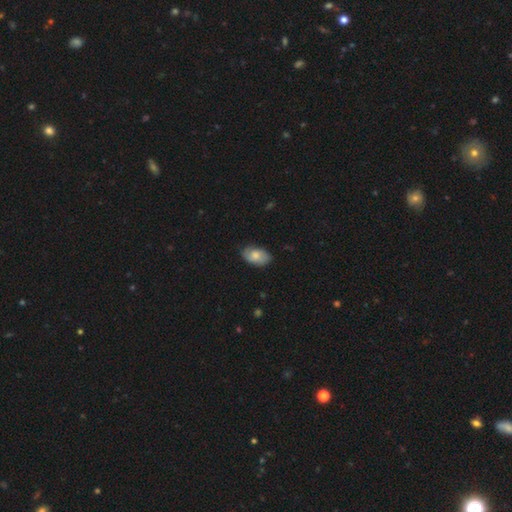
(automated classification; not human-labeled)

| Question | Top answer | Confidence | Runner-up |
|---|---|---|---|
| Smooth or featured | smooth | 69% | featured or disk (24%) |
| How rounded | in between | 91% | round (7%) |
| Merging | none | 76% | minor disturbance (19%) |